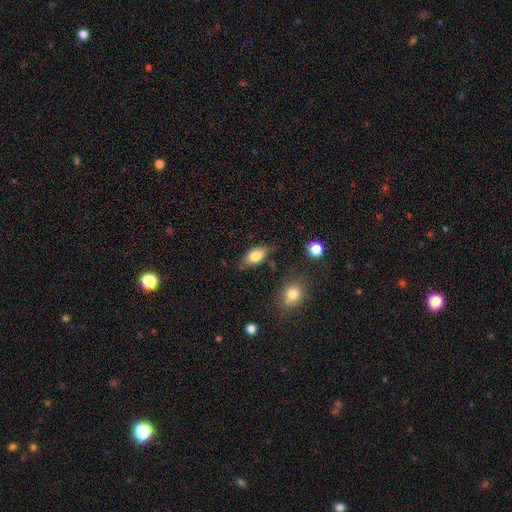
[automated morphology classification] Smooth or featured: smooth — 78% (featured or disk — 14%)
How rounded: in between — 87% (cigar-shaped — 8%)
Merging: none — 73% (minor disturbance — 19%)